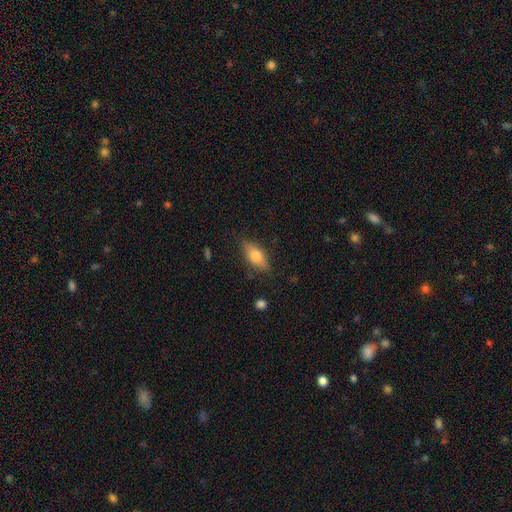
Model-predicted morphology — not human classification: smooth 70%, featured or disk 23%, star or artifact 7%. Down the decision tree: how rounded — in between (79%); merging — none (80%).